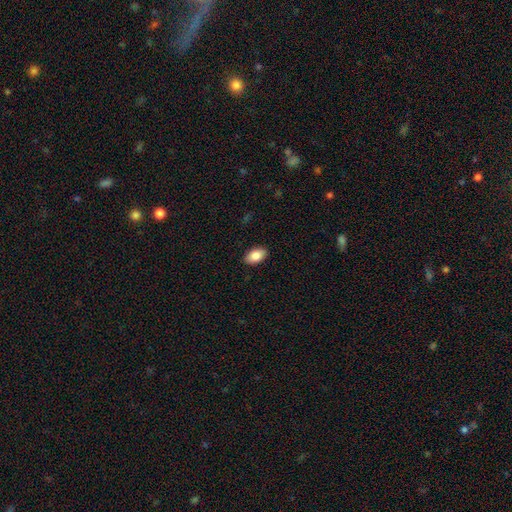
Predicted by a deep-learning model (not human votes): Overall: smooth (86%). How rounded: in between (93%). Merging: none (89%).